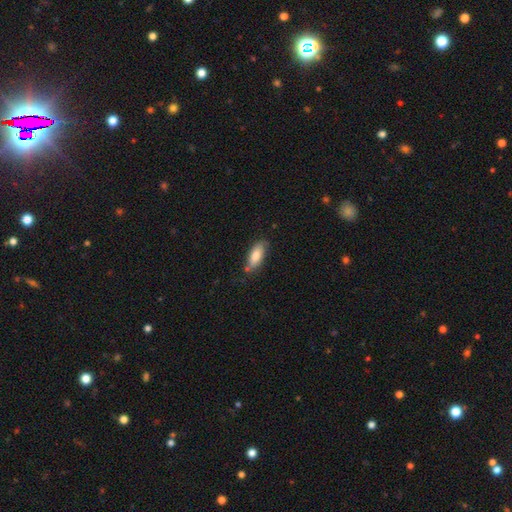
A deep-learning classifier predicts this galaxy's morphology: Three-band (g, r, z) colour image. It shows a smooth galaxy with no disk features (78%) that is in between round and cigar-shaped (76%). Merging: none (67%).